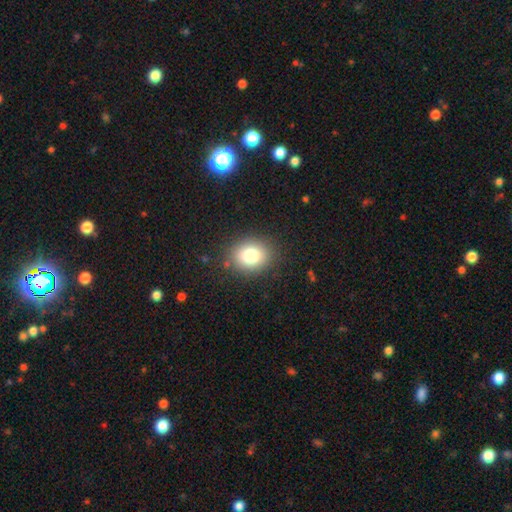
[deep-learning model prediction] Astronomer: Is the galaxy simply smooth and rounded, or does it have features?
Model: smooth — 79%.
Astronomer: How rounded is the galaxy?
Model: round — 61% (runner-up: in between, 38%).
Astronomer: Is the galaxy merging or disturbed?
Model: none — 86%.